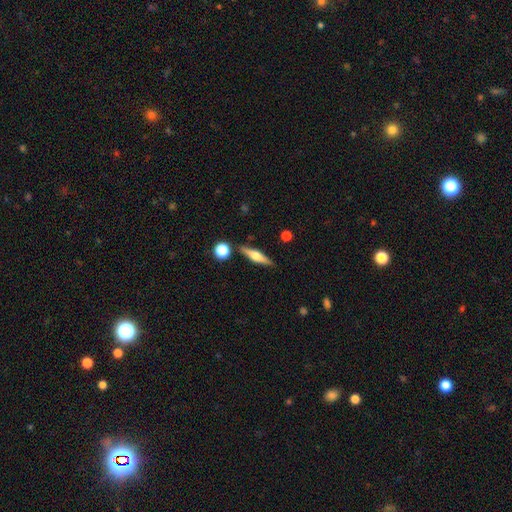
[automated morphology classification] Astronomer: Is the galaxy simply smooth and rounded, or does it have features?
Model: featured or disk — 64%.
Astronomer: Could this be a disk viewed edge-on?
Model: yes — 96%.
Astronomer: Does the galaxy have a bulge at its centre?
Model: rounded — 92%.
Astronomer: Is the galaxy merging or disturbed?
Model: none — 86%.